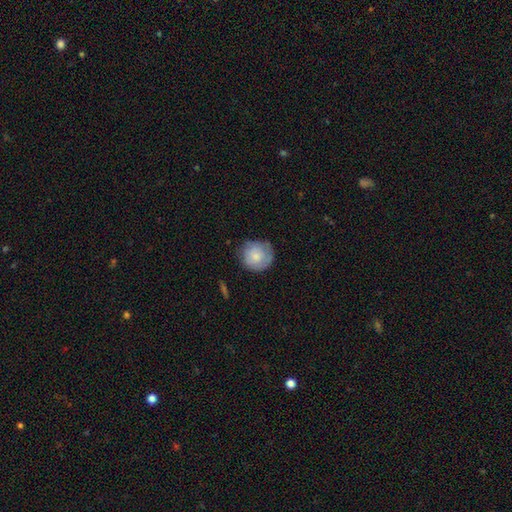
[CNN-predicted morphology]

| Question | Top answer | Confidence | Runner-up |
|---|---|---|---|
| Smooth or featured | smooth | 73% | featured or disk (20%) |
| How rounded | round | 89% | in between (10%) |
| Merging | none | 70% | minor disturbance (23%) |